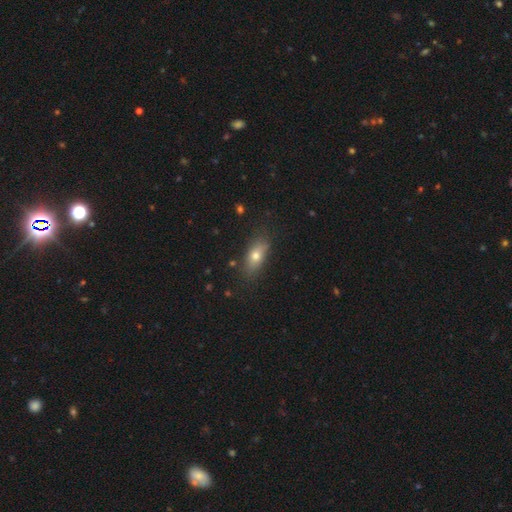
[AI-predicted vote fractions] Morphology: type=smooth (67%); roundness=in between (71%); merging=none (80%).